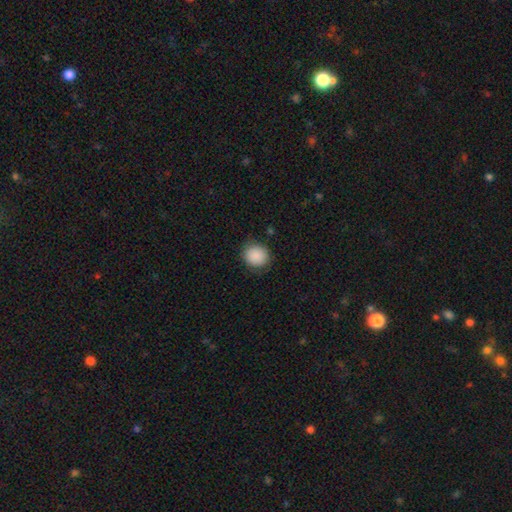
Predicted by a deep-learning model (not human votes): A smooth galaxy with no disk features (89%) that is round (84%). Merging: none (85%).